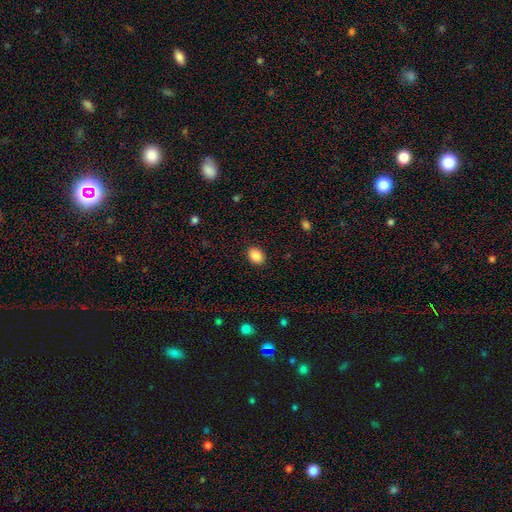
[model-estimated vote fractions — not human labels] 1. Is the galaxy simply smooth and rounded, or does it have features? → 88% smooth, 8% star or artifact, 4% featured or disk.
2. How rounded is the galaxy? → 69% in between, 31% round, 1% cigar-shaped.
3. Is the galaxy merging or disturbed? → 89% none, 8% minor disturbance, 2% major disturbance, 1% merger.